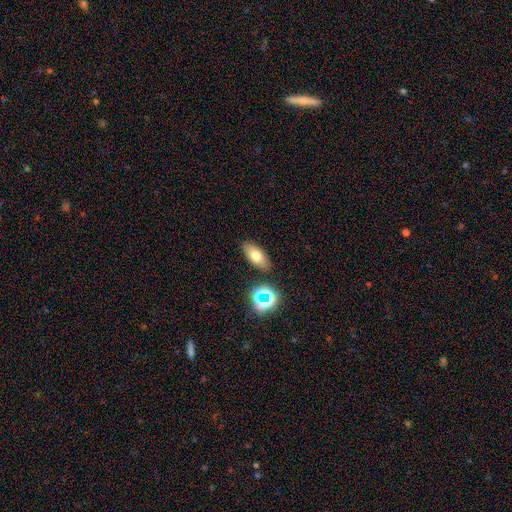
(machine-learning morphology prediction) type=smooth (68%); roundness=in between (82%); merging=none (85%).